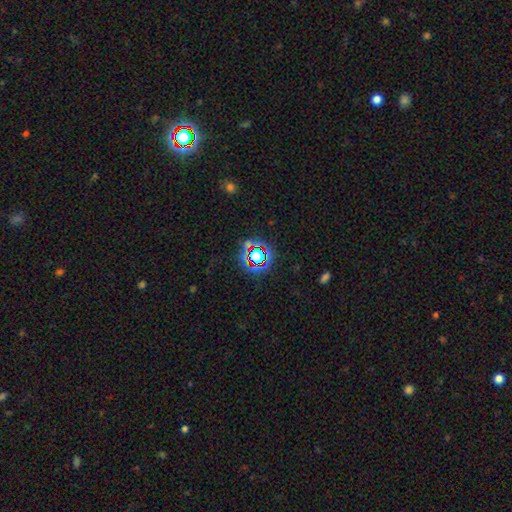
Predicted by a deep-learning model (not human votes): Smooth or featured? star or artifact (67%)